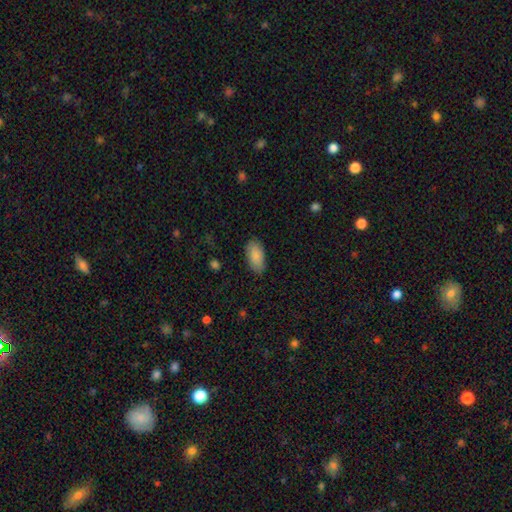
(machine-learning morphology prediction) smooth-or-featured: smooth: 88% | star or artifact: 6% | featured or disk: 6%
  how-rounded: in between: 94% | cigar-shaped: 4% | round: 2%
  merging: none: 85% | minor disturbance: 11% | major disturbance: 3% | merger: 1%